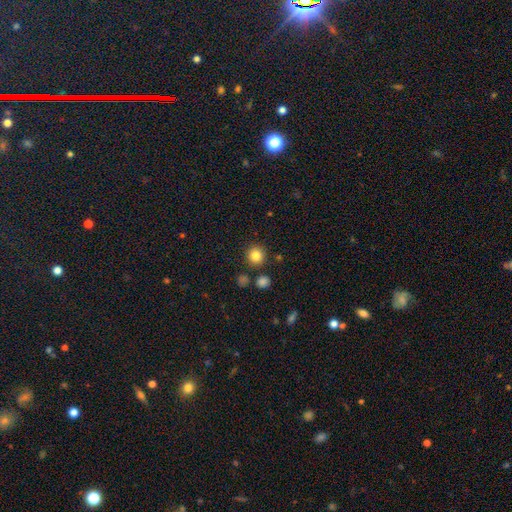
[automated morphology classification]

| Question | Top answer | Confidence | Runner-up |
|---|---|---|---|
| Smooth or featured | smooth | 83% | star or artifact (12%) |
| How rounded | round | 94% | in between (5%) |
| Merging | none | 88% | minor disturbance (6%) |